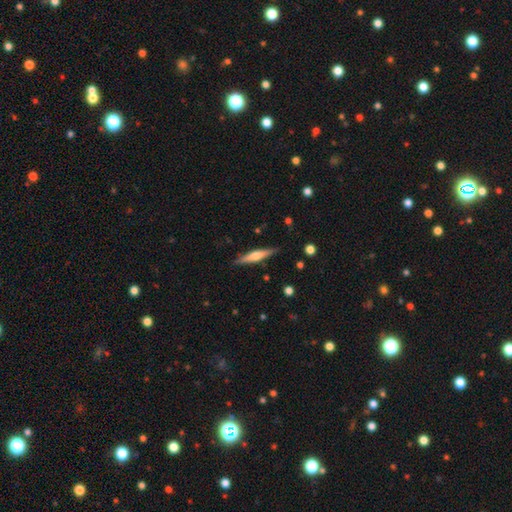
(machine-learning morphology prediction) Smooth or featured? Predicted: featured or disk (p=0.56). Edge-on disk? Predicted: yes (p=0.96). Edge-on bulge? Predicted: rounded (p=0.82). Merging? Predicted: none (p=0.88).